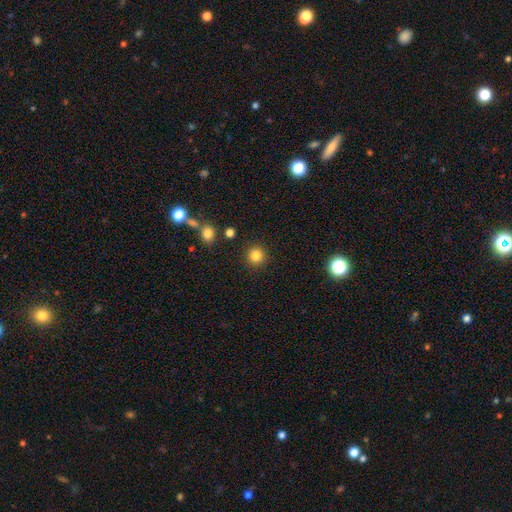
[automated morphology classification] A smooth galaxy with no disk features (83%) that is round (94%). Merging: none (90%).